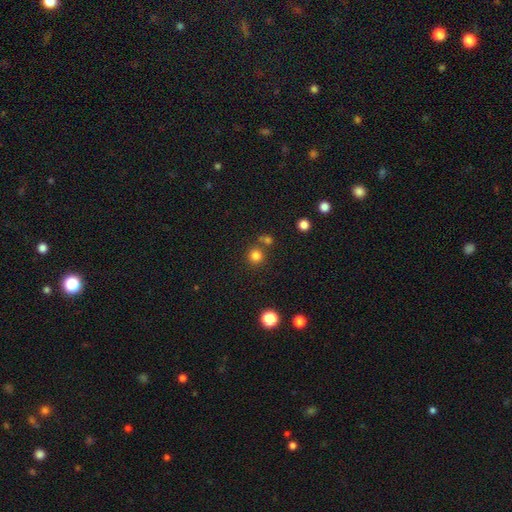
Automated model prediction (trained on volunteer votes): This appears to be a smooth galaxy with no disk features (80%) that is round (92%). Merging: none (75%).